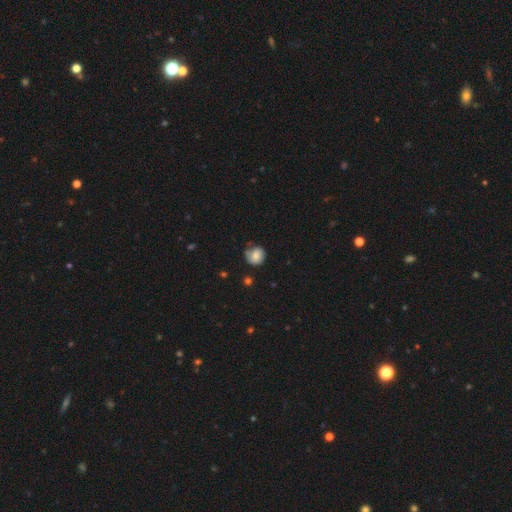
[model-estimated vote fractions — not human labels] This appears to be a smooth galaxy with no disk features (67%) that is round (79%). Merging: none (55%).